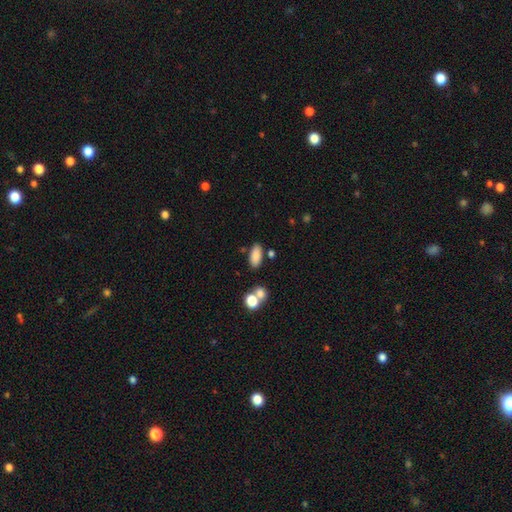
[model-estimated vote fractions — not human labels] A smooth galaxy with no disk features (85%) that is in between round and cigar-shaped (87%).

Vote fractions:
- Smooth or featured? smooth: 85% / star or artifact: 9% / featured or disk: 6%
- How rounded? in between: 87% / cigar-shaped: 9% / round: 4%
- Merging? none: 78% / minor disturbance: 10% / merger: 8% / major disturbance: 4%